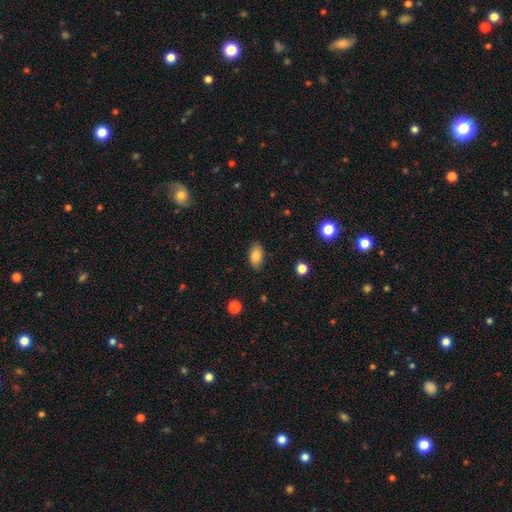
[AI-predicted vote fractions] A smooth galaxy with no disk features (82%) that is in between round and cigar-shaped (91%).

Vote fractions:
- Smooth or featured? smooth: 82% / featured or disk: 9% / star or artifact: 9%
- How rounded? in between: 91% / round: 6% / cigar-shaped: 3%
- Merging? none: 86% / minor disturbance: 11% / major disturbance: 2% / merger: 1%